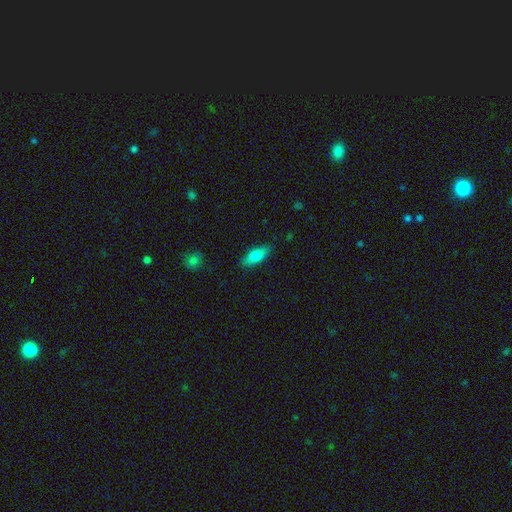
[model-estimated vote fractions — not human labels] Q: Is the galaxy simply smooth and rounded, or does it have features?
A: smooth — 79%.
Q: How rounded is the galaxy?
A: in between — 76%.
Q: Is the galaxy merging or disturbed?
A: none — 85%.